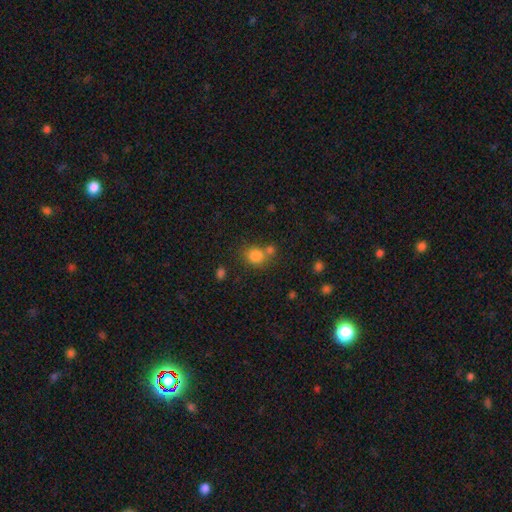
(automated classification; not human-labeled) Morphology: type=smooth (81%); roundness=round (73%); merging=none (56%).